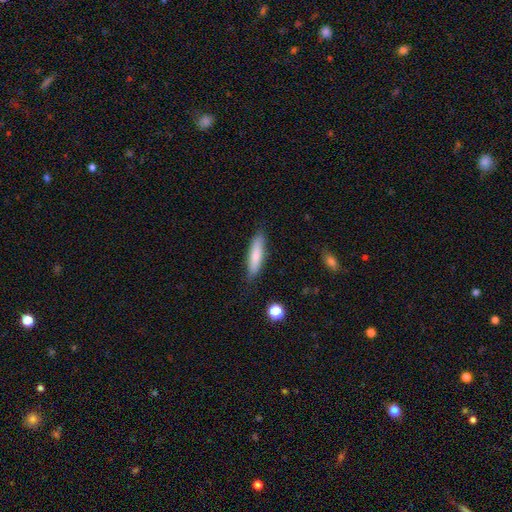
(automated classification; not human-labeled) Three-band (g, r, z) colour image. It shows a smooth galaxy with no disk features (77%) that is cigar-shaped (77%). Merging: none (83%).